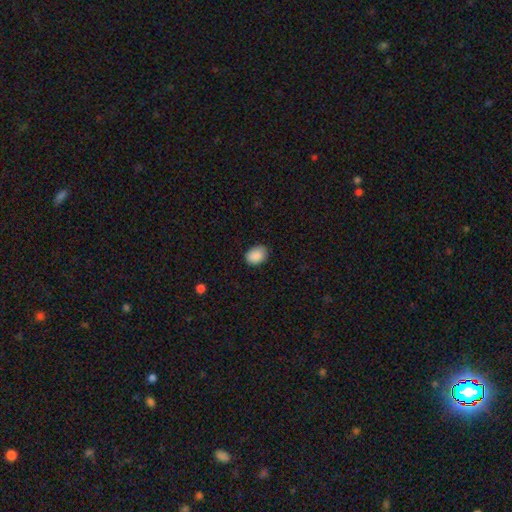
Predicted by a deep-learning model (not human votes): Overall: smooth (90%). How rounded: in between (72%). Merging: none (80%).